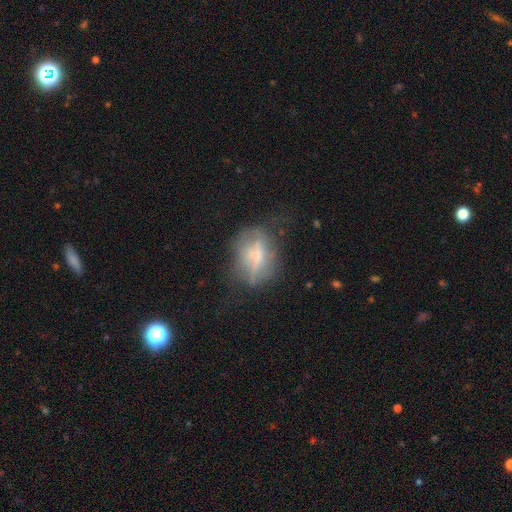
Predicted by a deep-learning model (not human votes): Smooth or featured? featured or disk (50%)
Merging? none (45%)